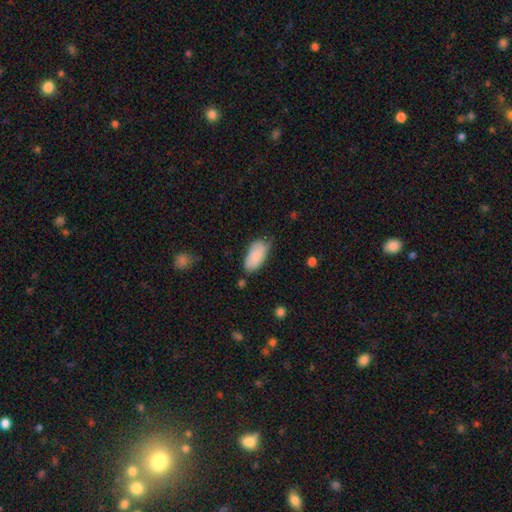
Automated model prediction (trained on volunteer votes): Smooth or featured? smooth (84%)
How rounded? in between (93%)
Merging? none (55%)